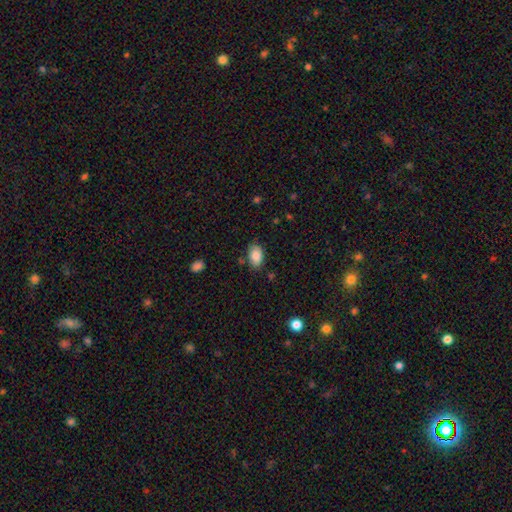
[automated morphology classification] smooth_or_featured: smooth (p=0.85) [alt: star or artifact p=0.07]
how_rounded: in between (p=0.90) [alt: round p=0.09]
merging: none (p=0.78) [alt: minor disturbance p=0.16]